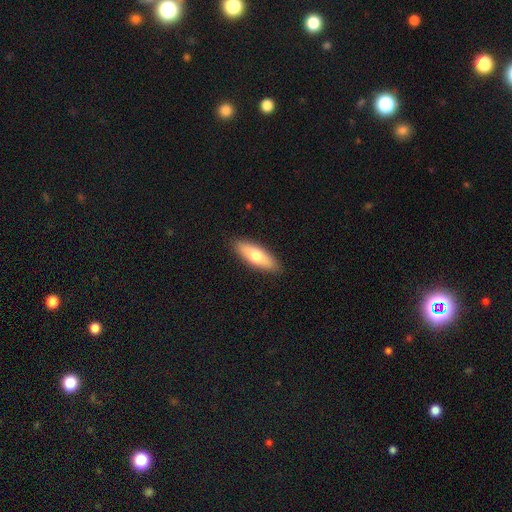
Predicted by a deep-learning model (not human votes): This is likely a smooth galaxy (69%). How rounded: possibly in between (54%). Merging: clearly none (89%).